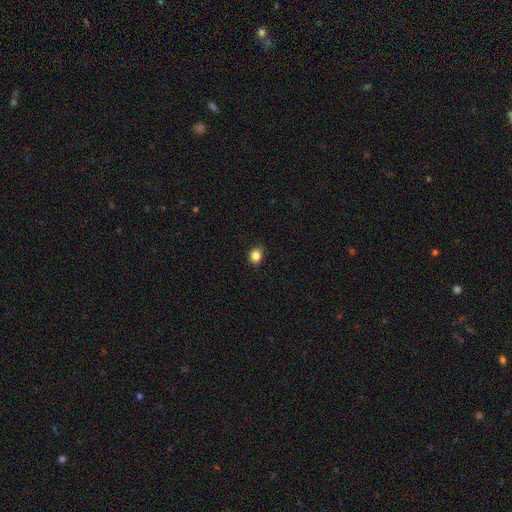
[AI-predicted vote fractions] smooth_or_featured: smooth (p=0.85) [alt: star or artifact p=0.11]
how_rounded: round (p=0.70) [alt: in between p=0.29]
merging: none (p=0.84) [alt: minor disturbance p=0.13]